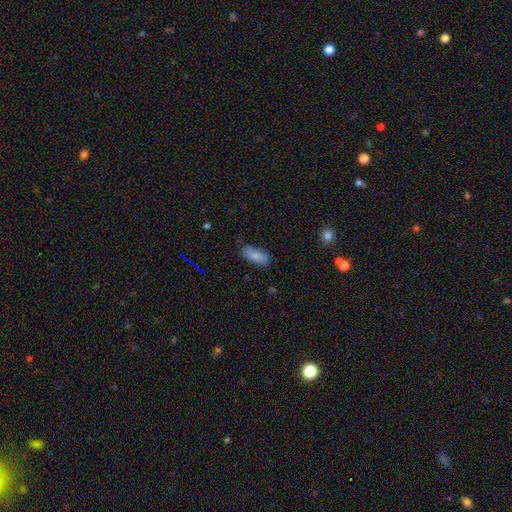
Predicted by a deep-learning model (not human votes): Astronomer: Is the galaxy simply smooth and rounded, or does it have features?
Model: smooth — 85%.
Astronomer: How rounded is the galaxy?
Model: in between — 84%.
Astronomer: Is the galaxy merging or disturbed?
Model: none — 70%.